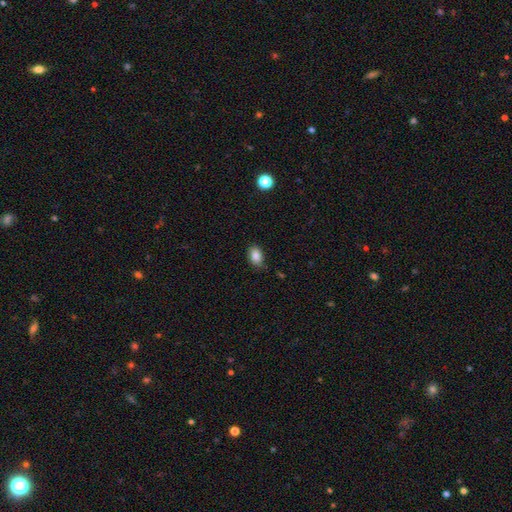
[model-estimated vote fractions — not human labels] This appears to be a smooth galaxy with no disk features (86%) that is in between round and cigar-shaped (85%). Merging: none (83%).